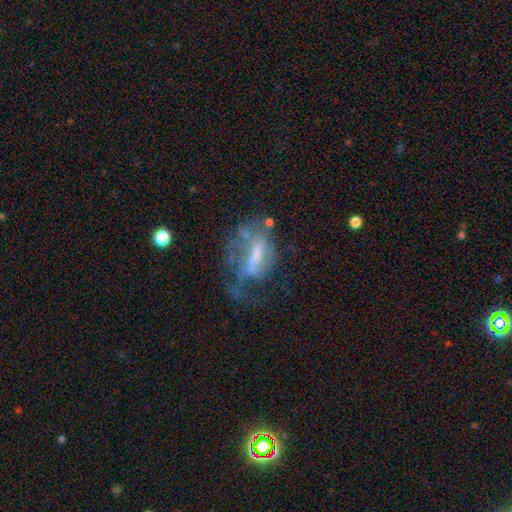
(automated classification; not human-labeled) A featured or disk galaxy (58%) with a strong bar (36%), no spiral arms (63%) and no central bulge (35%). Merging: major disturbance (43%).